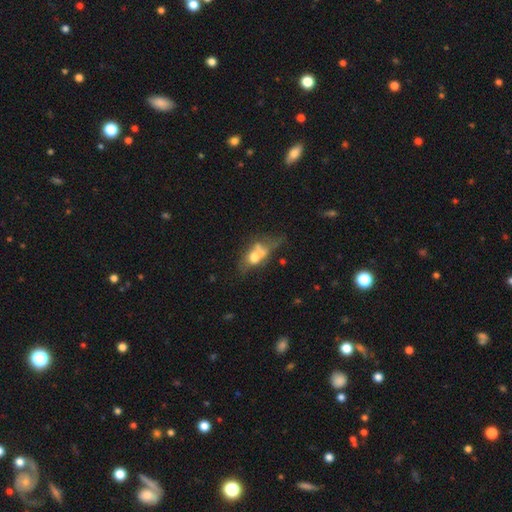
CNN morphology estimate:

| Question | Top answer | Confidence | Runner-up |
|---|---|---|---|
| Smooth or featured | smooth | 48% | featured or disk (40%) |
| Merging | merger | 33% | major disturbance (26%) |